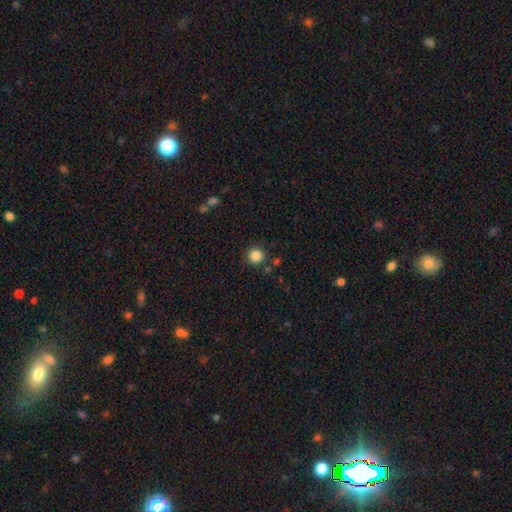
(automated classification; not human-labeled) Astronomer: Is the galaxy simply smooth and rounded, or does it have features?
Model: smooth — 86%.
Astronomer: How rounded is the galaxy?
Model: round — 94%.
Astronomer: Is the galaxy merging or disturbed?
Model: none — 86%.